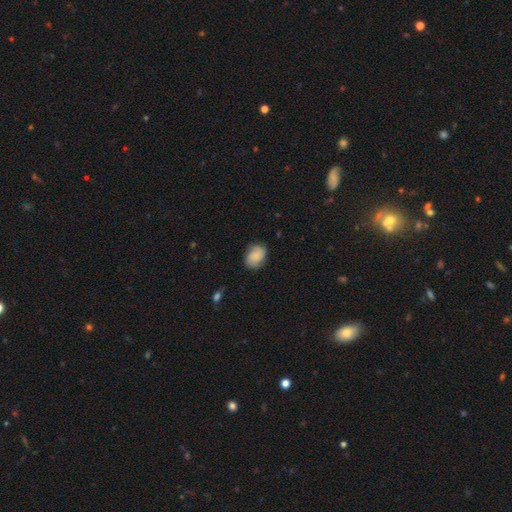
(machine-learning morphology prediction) smooth_or_featured: smooth (p=0.74) [alt: featured or disk p=0.18]
how_rounded: in between (p=0.70) [alt: round p=0.29]
merging: none (p=0.74) [alt: minor disturbance p=0.20]